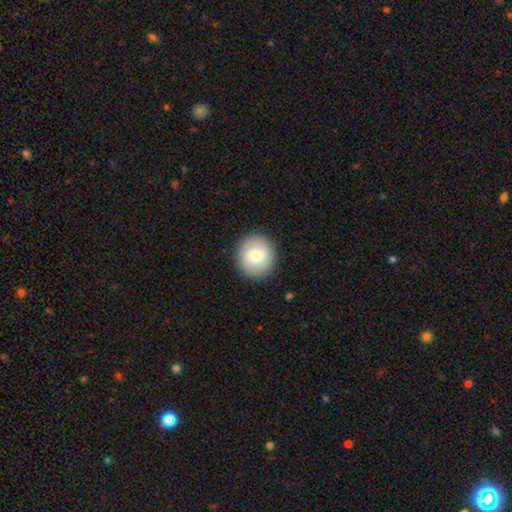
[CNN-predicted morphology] This appears to be a smooth galaxy with no disk features (78%) that is round (86%). Merging: none (90%).